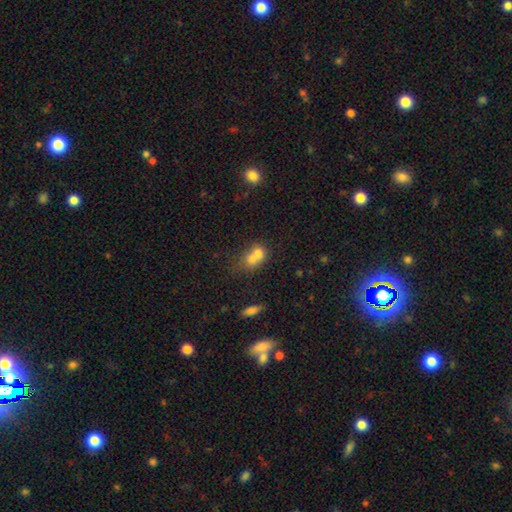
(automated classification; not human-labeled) A smooth galaxy with no disk features (69%) that is round (54%).

Vote fractions:
- Smooth or featured? smooth: 69% / featured or disk: 20% / star or artifact: 11%
- How rounded? round: 54% / in between: 44% / cigar-shaped: 2%
- Merging? merger: 68% / none: 20% / minor disturbance: 7% / major disturbance: 4%